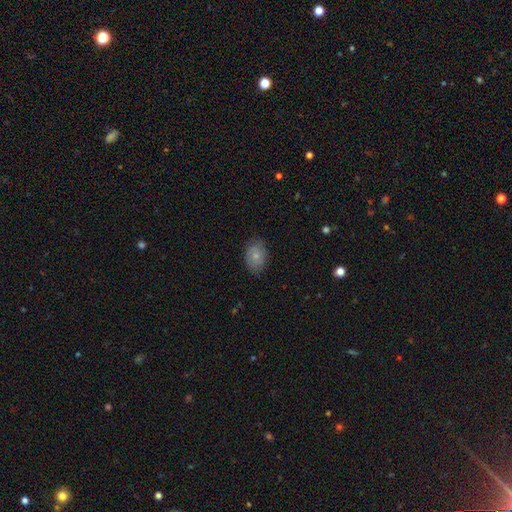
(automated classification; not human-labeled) smooth 64%, featured or disk 28%, star or artifact 7%. Down the decision tree: how rounded — in between (80%); merging — none (79%).